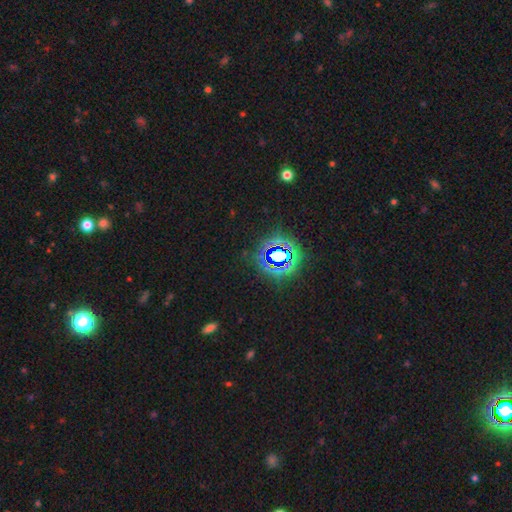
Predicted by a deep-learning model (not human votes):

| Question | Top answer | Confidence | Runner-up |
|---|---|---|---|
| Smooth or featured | star or artifact | 77% | smooth (16%) |